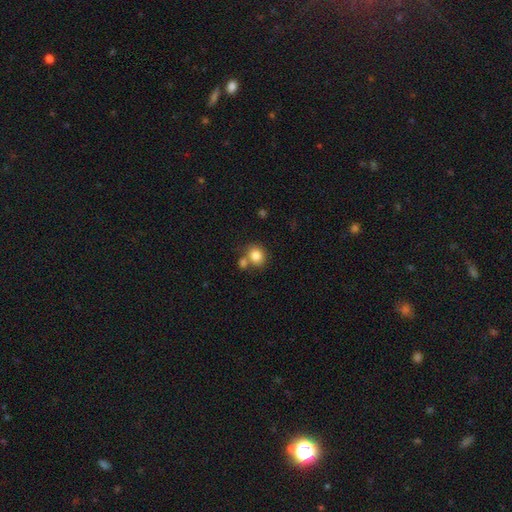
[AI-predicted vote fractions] Smooth or featured: smooth — 84% (star or artifact — 10%)
How rounded: round — 70% (in between — 29%)
Merging: none — 60% (merger — 26%)